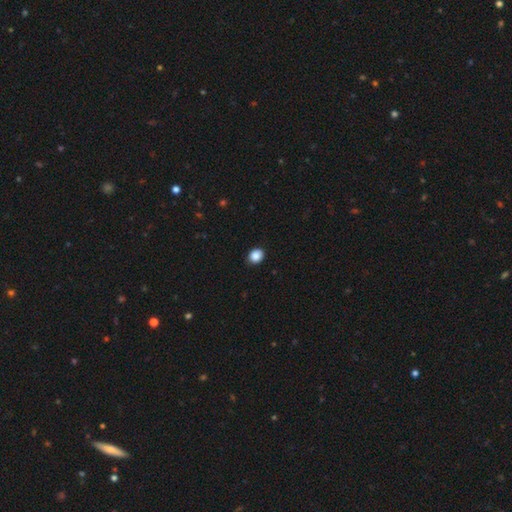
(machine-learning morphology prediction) This appears to be a smooth galaxy with no disk features (88%) that is round (64%). Merging: none (90%).